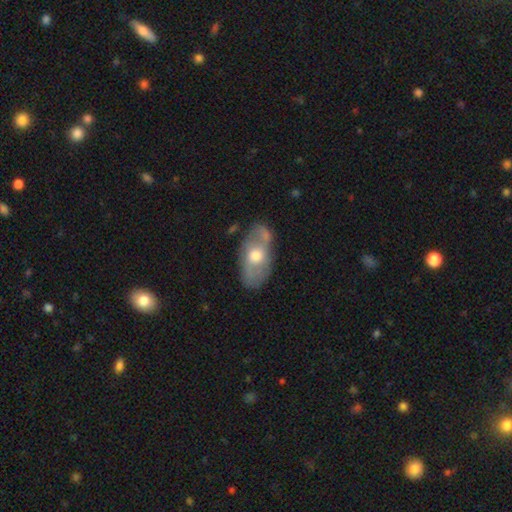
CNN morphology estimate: Overall: featured or disk (50%; smooth 44%). Merging: none (64%).